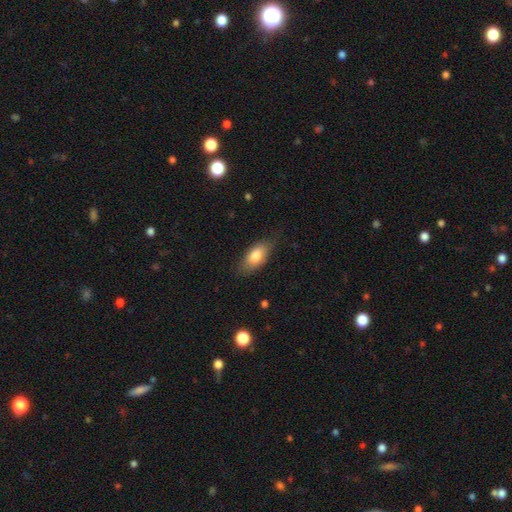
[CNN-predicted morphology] smooth-or-featured: smooth: 81% | featured or disk: 13% | star or artifact: 7%
  how-rounded: in between: 87% | cigar-shaped: 9% | round: 4%
  merging: none: 75% | minor disturbance: 19% | major disturbance: 5% | merger: 1%